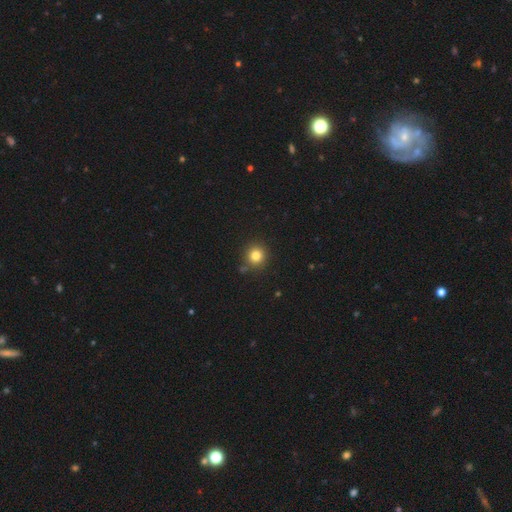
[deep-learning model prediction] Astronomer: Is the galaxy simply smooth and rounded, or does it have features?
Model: smooth — 81%.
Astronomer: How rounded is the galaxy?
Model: round — 93%.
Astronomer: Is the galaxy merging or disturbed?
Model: none — 85%.